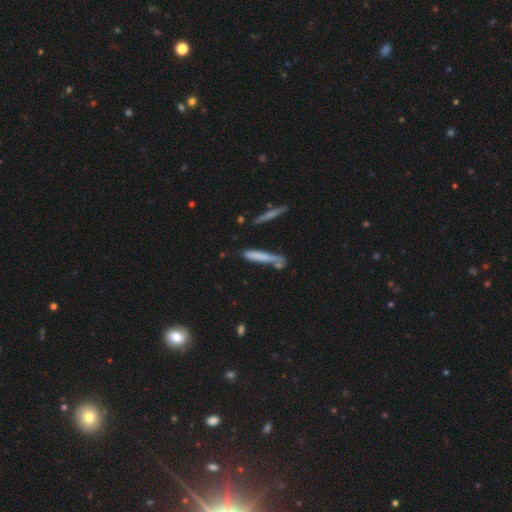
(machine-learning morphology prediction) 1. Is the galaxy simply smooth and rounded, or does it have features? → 62% smooth, 28% featured or disk, 10% star or artifact.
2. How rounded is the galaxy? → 92% cigar-shaped, 6% in between, 2% round.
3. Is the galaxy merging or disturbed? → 62% none, 19% minor disturbance, 12% merger, 7% major disturbance.